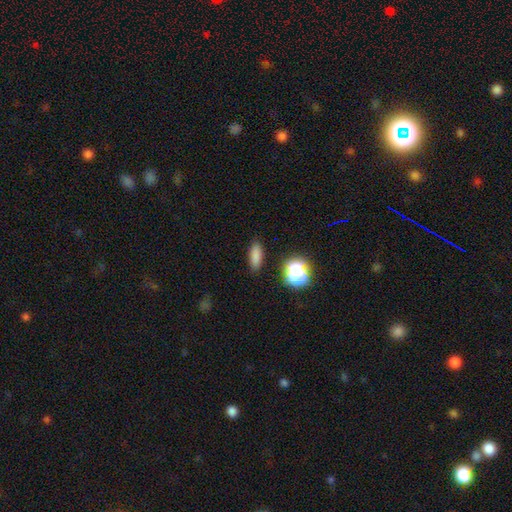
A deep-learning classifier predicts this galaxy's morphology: Smooth or featured? smooth (80%)
How rounded? in between (64%)
Merging? none (87%)